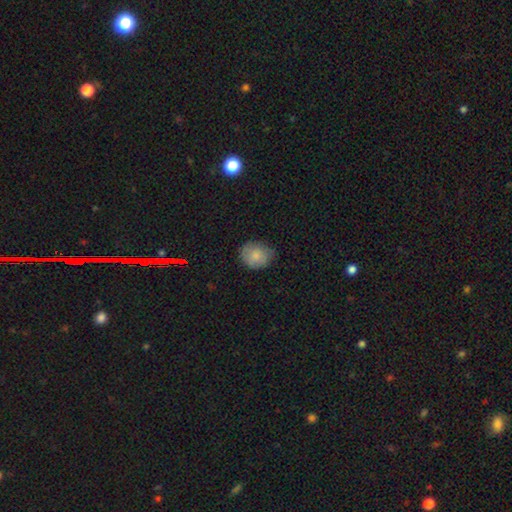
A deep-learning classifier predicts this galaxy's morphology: smooth_or_featured: smooth (p=0.82) [alt: featured or disk p=0.11]
how_rounded: round (p=0.68) [alt: in between p=0.31]
merging: none (p=0.68) [alt: minor disturbance p=0.26]